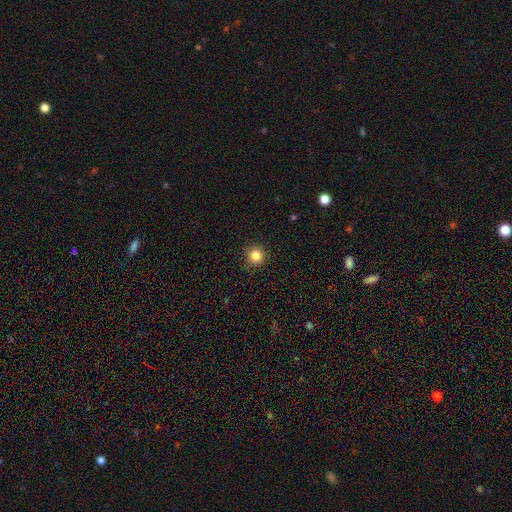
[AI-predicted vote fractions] smooth_or_featured: smooth (p=0.83) [alt: star or artifact p=0.12]
how_rounded: round (p=0.95) [alt: in between p=0.04]
merging: none (p=0.91) [alt: minor disturbance p=0.06]